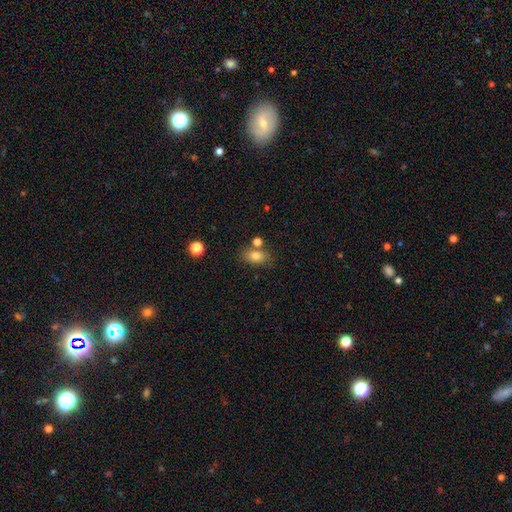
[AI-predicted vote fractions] This appears to be a smooth galaxy with no disk features (80%) that is in between round and cigar-shaped (82%). Merging: none (68%).